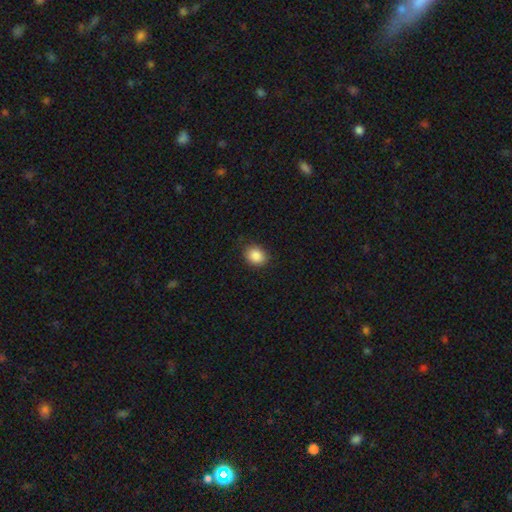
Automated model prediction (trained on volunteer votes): The model was most divided on "how rounded": round: 54%, in between: 45%, cigar-shaped: 1%. More confident: smooth or featured — smooth (88%); merging — none (83%).